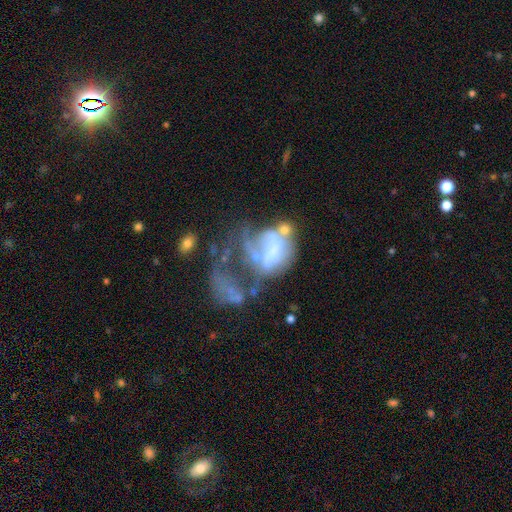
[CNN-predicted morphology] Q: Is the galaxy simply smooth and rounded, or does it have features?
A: featured or disk — 59%.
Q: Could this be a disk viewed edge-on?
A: no — 97%.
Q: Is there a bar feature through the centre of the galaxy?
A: no — 72%.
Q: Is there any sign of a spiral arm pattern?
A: no — 82%.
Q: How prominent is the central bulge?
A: none — 50%.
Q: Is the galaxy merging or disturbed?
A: major disturbance — 42%.